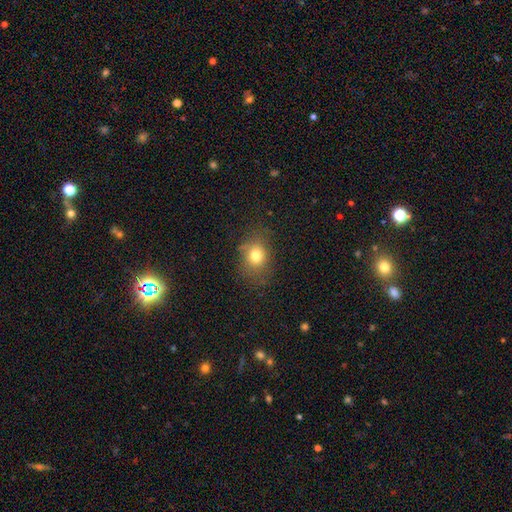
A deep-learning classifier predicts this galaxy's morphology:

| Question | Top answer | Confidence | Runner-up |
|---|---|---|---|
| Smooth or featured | smooth | 76% | star or artifact (14%) |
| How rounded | round | 58% | in between (41%) |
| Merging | none | 74% | minor disturbance (17%) |